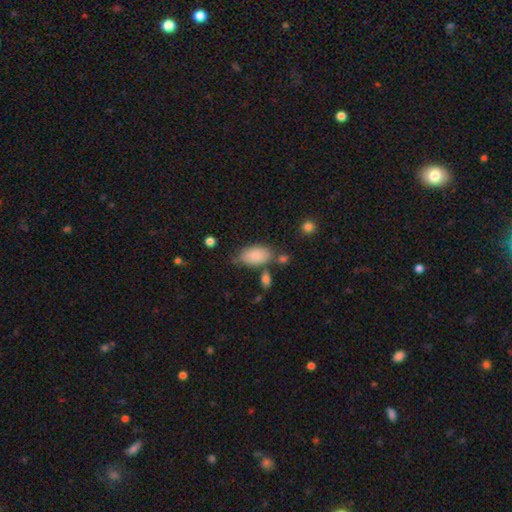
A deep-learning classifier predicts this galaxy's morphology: smooth 86%, featured or disk 7%, star or artifact 7%. Down the decision tree: how rounded — in between (93%); merging — none (62%).